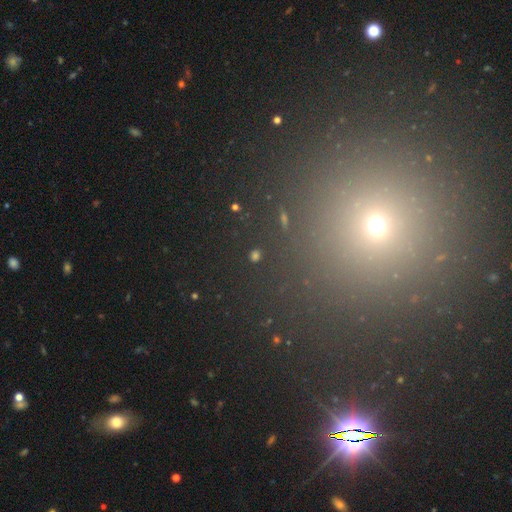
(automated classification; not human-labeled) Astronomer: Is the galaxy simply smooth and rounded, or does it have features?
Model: star or artifact — 60%.